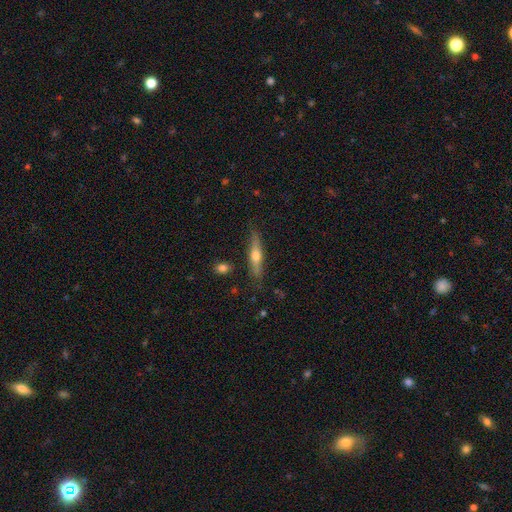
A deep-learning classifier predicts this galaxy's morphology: featured or disk 53%, smooth 41%, star or artifact 6%. Down the decision tree: edge-on disk — yes (92%); merging — none (81%).